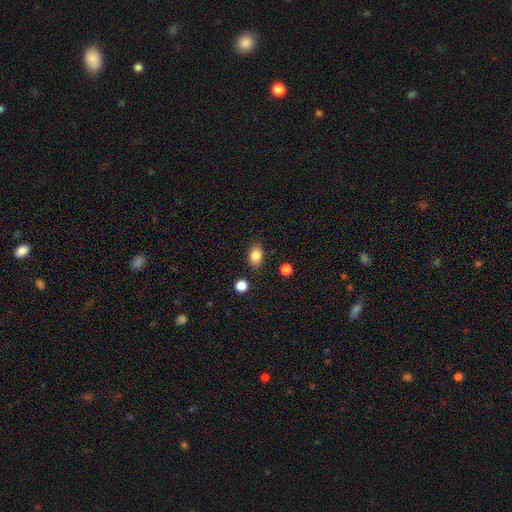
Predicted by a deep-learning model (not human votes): A smooth galaxy with no disk features (83%) that is in between round and cigar-shaped (80%). Merging: none (84%).